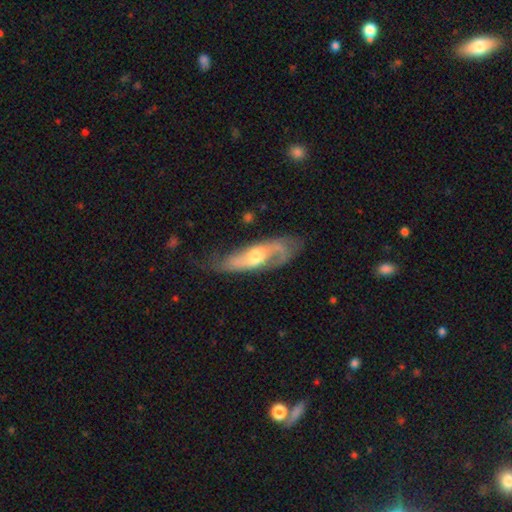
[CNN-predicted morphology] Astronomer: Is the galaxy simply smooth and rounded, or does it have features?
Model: featured or disk — 72%.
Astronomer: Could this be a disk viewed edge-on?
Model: no — 82%.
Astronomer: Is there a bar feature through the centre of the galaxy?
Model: no — 60%.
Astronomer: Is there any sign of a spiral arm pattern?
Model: yes — 87%.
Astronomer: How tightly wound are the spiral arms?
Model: loose — 43% (runner-up: medium, 39%).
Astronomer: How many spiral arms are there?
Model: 2 — 73%.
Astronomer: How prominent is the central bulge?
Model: moderate — 70%.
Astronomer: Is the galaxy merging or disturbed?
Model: none — 61%.